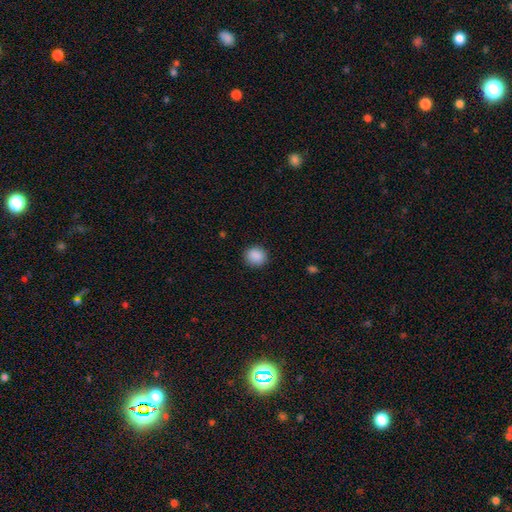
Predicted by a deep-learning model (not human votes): This is clearly a smooth galaxy (89%). How rounded: clearly round (82%). Merging: clearly none (90%).